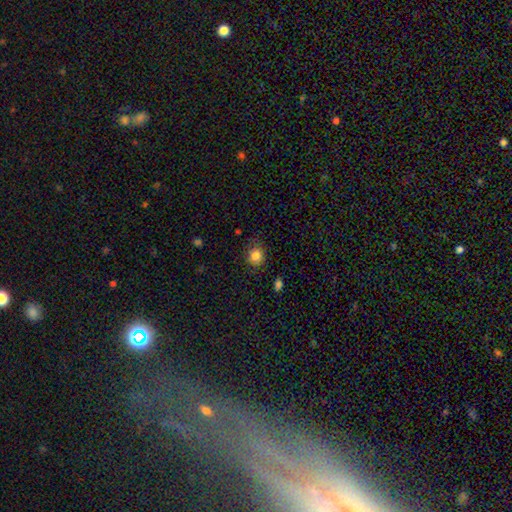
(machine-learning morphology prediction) Smooth or featured: smooth — 84% (star or artifact — 11%)
How rounded: round — 76% (in between — 23%)
Merging: none — 81% (minor disturbance — 14%)